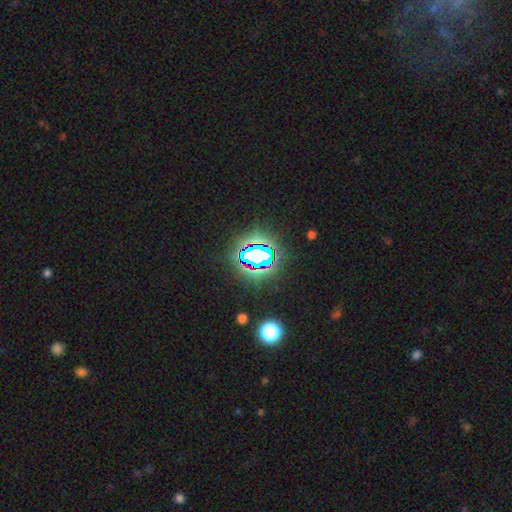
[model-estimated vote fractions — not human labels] Smooth or featured? Predicted: star or artifact (p=0.74).